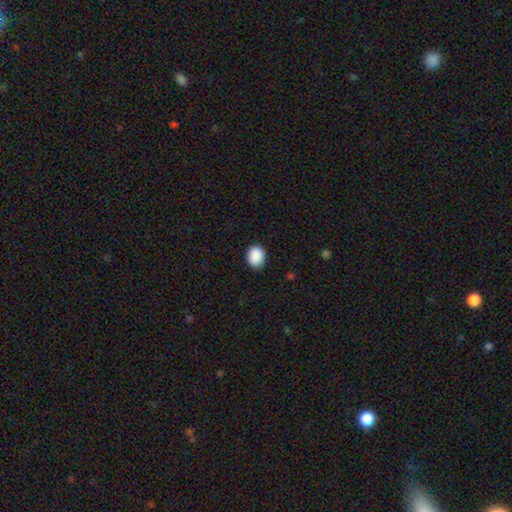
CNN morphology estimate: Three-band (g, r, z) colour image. It shows a smooth galaxy with no disk features (90%) that is round (65%). Merging: none (88%).